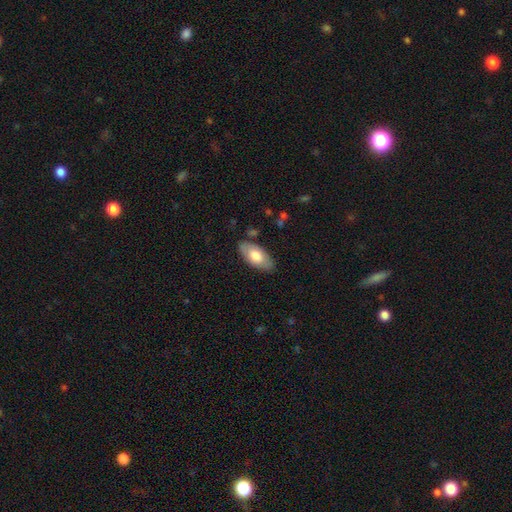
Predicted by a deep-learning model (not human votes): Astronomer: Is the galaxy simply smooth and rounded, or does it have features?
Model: smooth — 67%.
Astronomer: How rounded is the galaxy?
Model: in between — 92%.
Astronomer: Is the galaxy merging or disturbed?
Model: none — 81%.